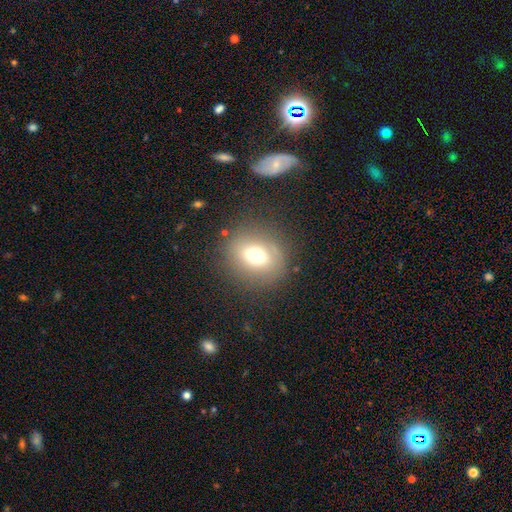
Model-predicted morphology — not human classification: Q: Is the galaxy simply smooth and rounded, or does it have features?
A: smooth — 64%.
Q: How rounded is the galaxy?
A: round — 69%.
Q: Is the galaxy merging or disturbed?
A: none — 80%.